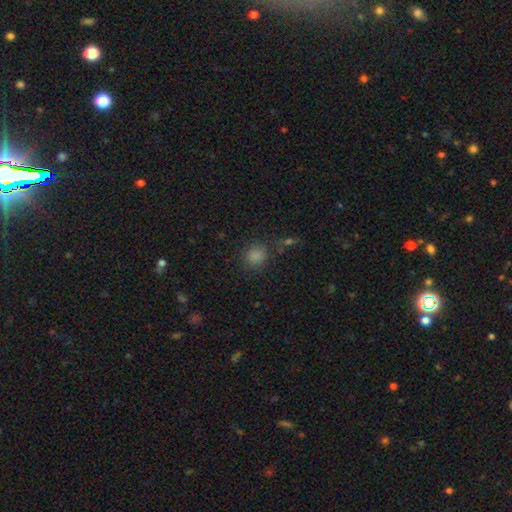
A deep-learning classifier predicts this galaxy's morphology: This appears to be a smooth galaxy with no disk features (82%) that is round (82%). Merging: none (80%).